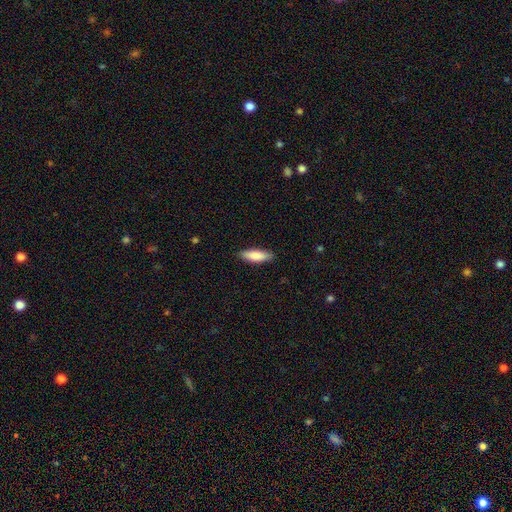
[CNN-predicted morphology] Smooth or featured? Predicted: smooth (p=0.84). How rounded? Predicted: in between (p=0.56). Merging? Predicted: none (p=0.87).